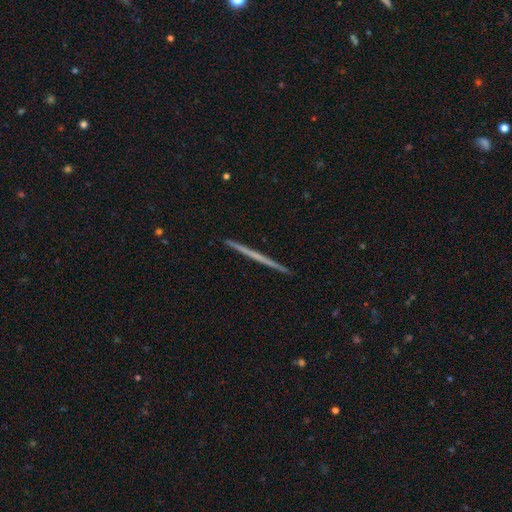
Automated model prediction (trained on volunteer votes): This appears to be a featured or disk galaxy (62%) viewed edge-on (98%) with no central bulge (88%). Merging: none (93%).